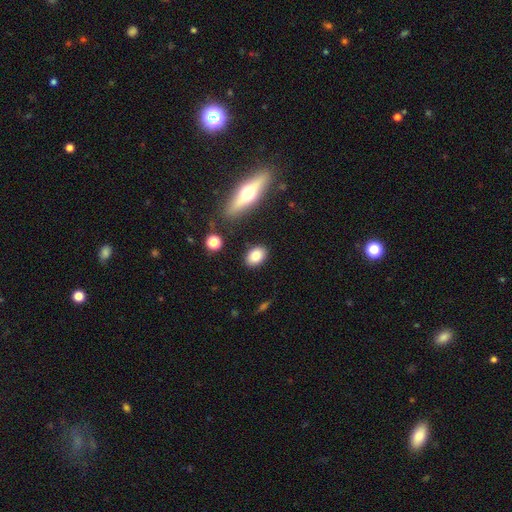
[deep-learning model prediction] Smooth or featured? smooth (82%)
How rounded? in between (79%)
Merging? none (86%)